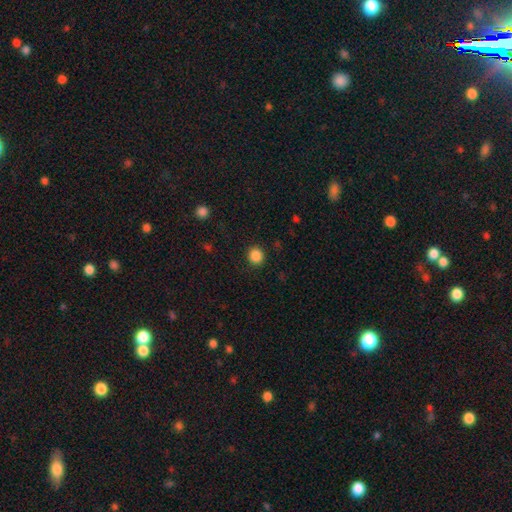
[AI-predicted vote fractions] Morphology: type=smooth (87%); roundness=round (88%); merging=none (90%).